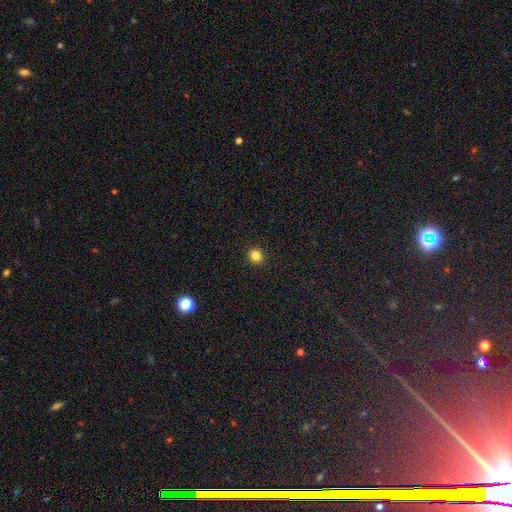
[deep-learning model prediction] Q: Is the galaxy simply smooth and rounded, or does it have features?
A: smooth — 82%.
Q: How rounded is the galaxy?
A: round — 89%.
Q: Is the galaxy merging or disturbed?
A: none — 93%.